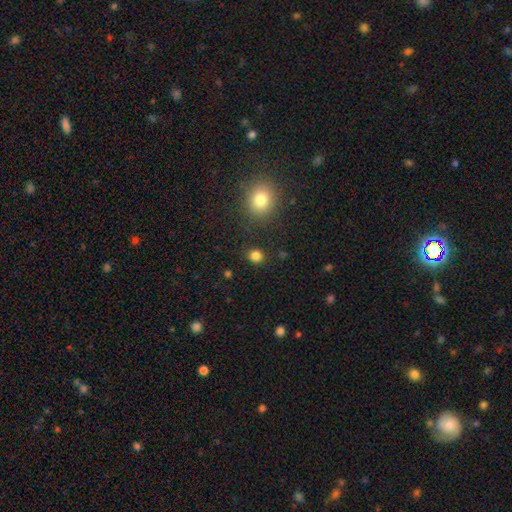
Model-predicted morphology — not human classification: Smooth or featured: smooth — 83% (star or artifact — 13%)
How rounded: round — 77% (in between — 22%)
Merging: none — 87% (minor disturbance — 8%)